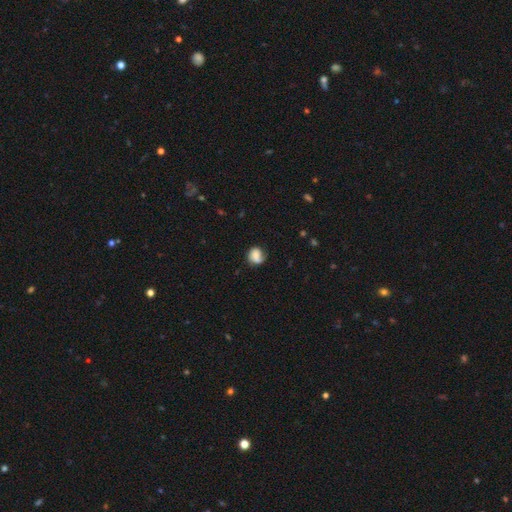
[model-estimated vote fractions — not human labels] Morphology: type=smooth (60%); roundness=round (68%); merging=none (55%).